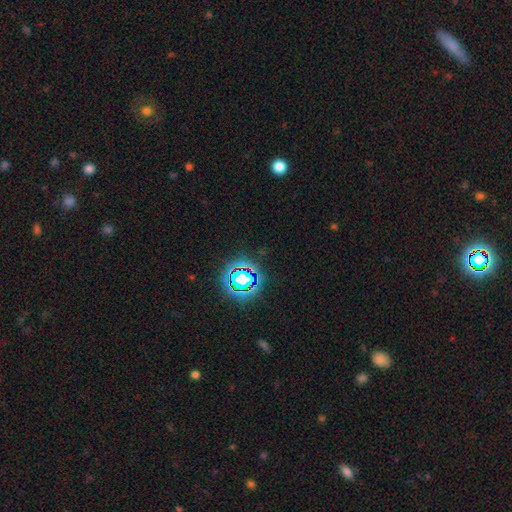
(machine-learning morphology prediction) Overall: star or artifact (78%).